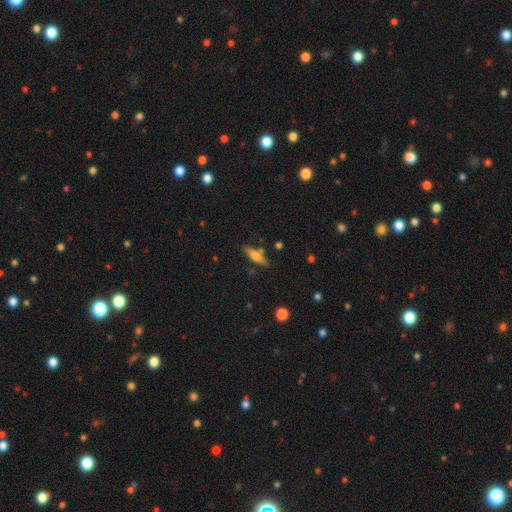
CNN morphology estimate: Smooth or featured? smooth (50%)
Merging? none (79%)